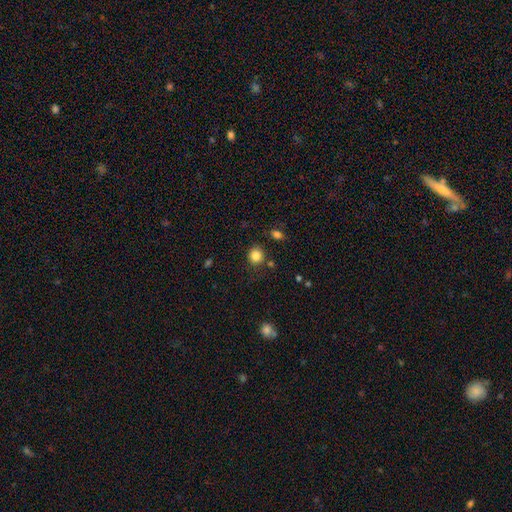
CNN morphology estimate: This is clearly a smooth galaxy (84%). How rounded: clearly round (85%). Merging: clearly none (81%).